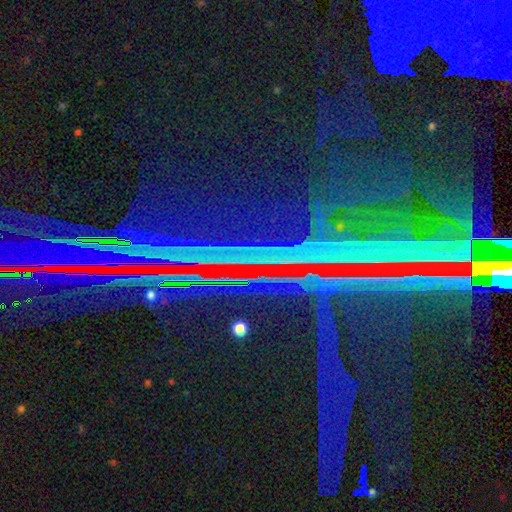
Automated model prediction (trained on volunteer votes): smooth-or-featured: star or artifact: 78% | featured or disk: 14% | smooth: 7%